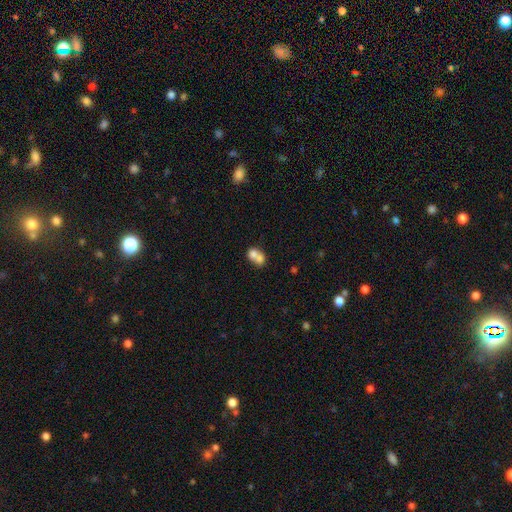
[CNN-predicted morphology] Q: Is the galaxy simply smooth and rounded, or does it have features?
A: smooth — 69%.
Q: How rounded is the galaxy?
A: round — 56%.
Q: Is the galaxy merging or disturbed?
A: merger — 70%.